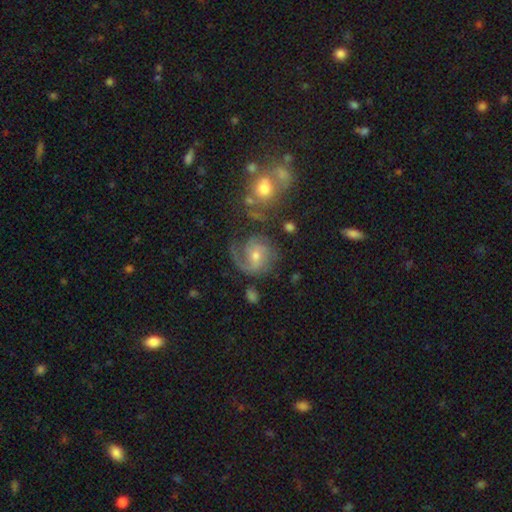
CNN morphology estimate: Smooth or featured: featured or disk — 78% (smooth — 14%)
Edge-on disk: no — 98% (yes — 2%)
Bar: no — 51% (weak — 40%)
Spiral arms: yes — 94% (no — 6%)
Spiral winding: medium — 45% (tight — 35%)
Spiral arm count: 2 — 41% (1 — 26%)
Bulge size: moderate — 53% (small — 41%)
Merging: none — 56% (minor disturbance — 20%)